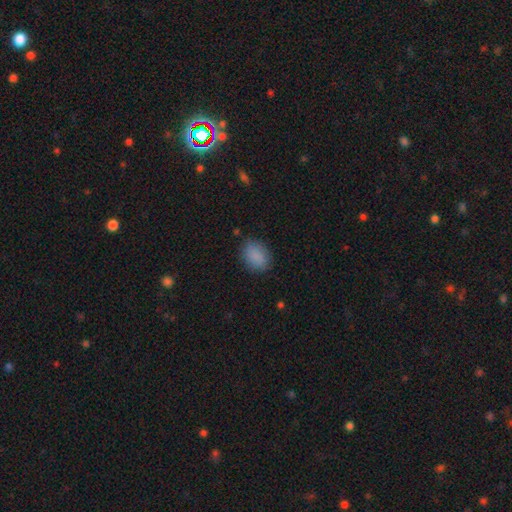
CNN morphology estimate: smooth-or-featured: smooth: 87% | star or artifact: 8% | featured or disk: 5%
  how-rounded: in between: 66% | round: 33% | cigar-shaped: 1%
  merging: none: 83% | minor disturbance: 13% | major disturbance: 3% | merger: 1%